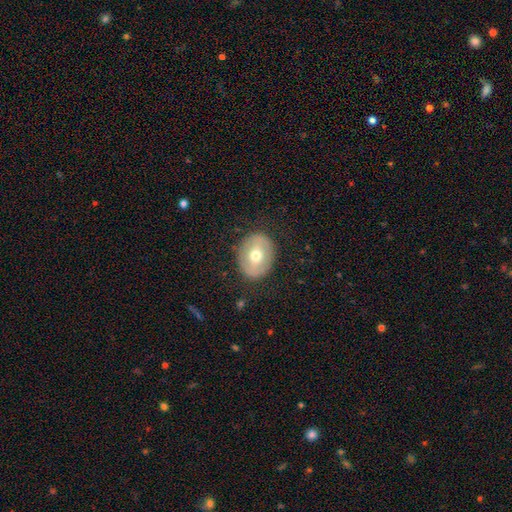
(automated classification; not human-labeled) Morphology: type=smooth (51%); roundness=round (54%); merging=none (85%).